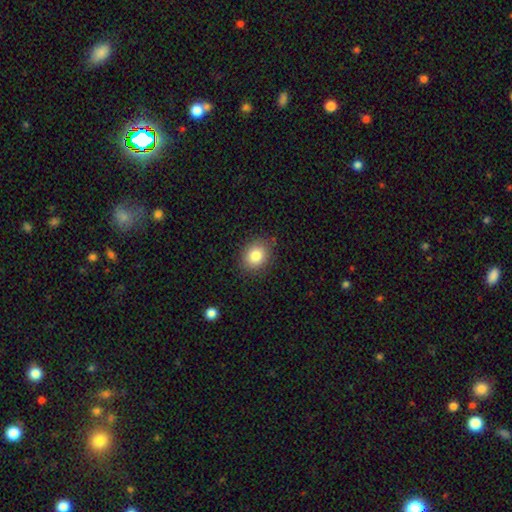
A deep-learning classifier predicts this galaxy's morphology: Smooth or featured? Predicted: smooth (p=0.83). How rounded? Predicted: round (p=0.58). Merging? Predicted: none (p=0.85).